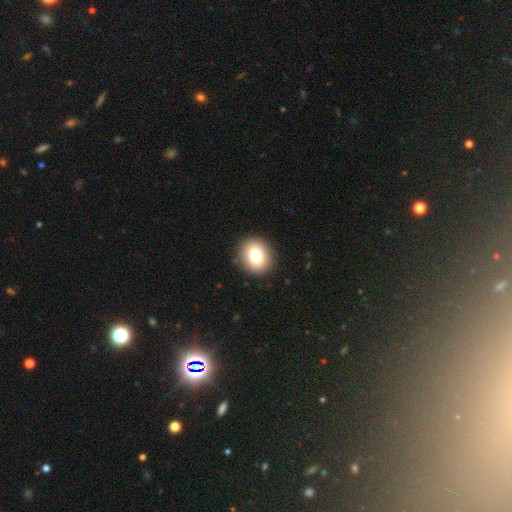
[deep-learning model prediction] smooth-or-featured: smooth: 81% | featured or disk: 10% | star or artifact: 10%
  how-rounded: round: 68% | in between: 31% | cigar-shaped: 1%
  merging: none: 90% | minor disturbance: 7% | major disturbance: 2% | merger: 1%